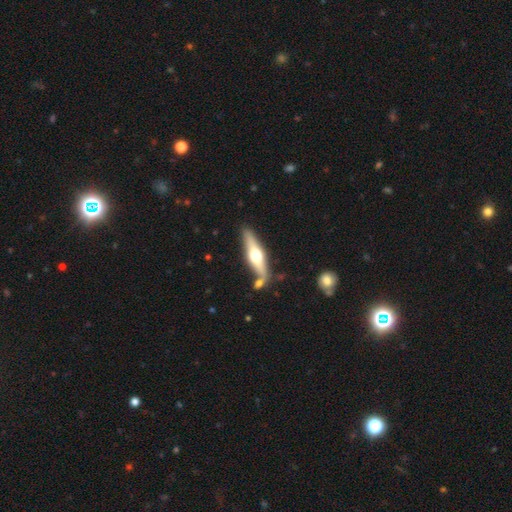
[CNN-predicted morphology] Smooth or featured? featured or disk (62%)
Edge-on disk? yes (92%)
Edge-on bulge? rounded (94%)
Merging? none (72%)